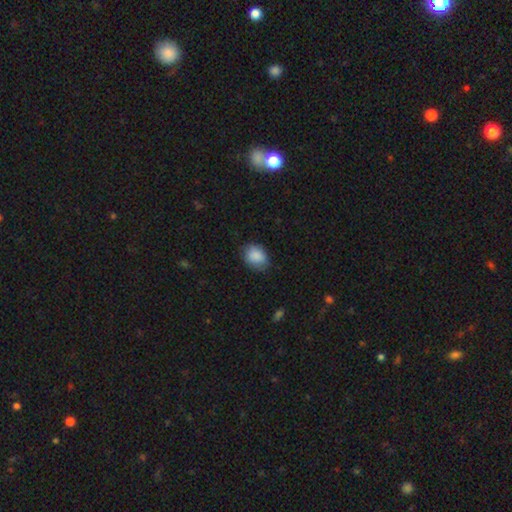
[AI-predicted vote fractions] Smooth or featured? smooth (89%)
How rounded? in between (61%)
Merging? none (78%)